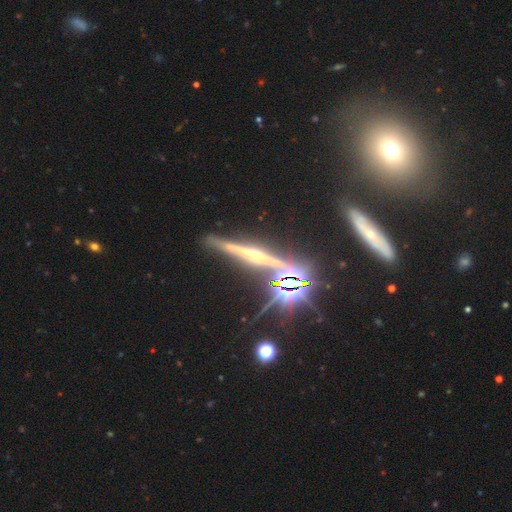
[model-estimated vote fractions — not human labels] featured or disk 70%, star or artifact 19%, smooth 10%. Down the decision tree: edge-on disk — yes (95%); edge-on bulge — rounded (81%); merging — none (79%).